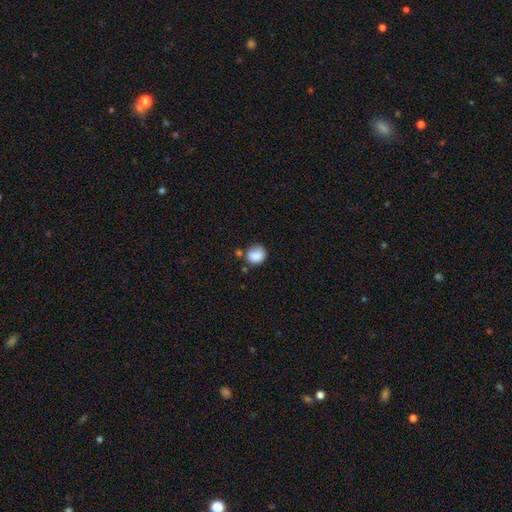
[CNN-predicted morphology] Q: Smooth or featured?
A: smooth (85%); runner-up: star or artifact (9%)
Q: How rounded?
A: round (77%); runner-up: in between (22%)
Q: Merging?
A: none (59%); runner-up: minor disturbance (23%)